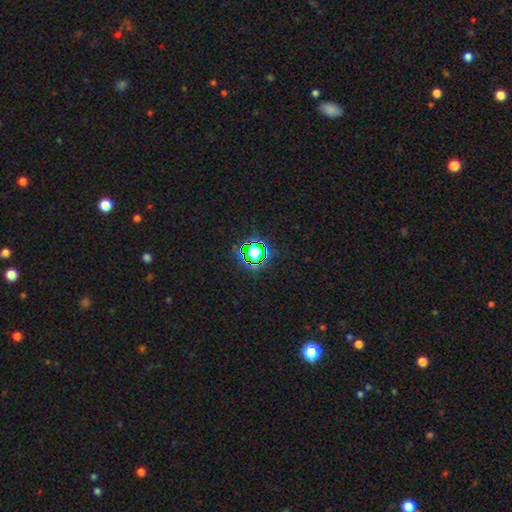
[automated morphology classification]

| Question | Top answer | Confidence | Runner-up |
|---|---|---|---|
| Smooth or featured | star or artifact | 70% | smooth (20%) |